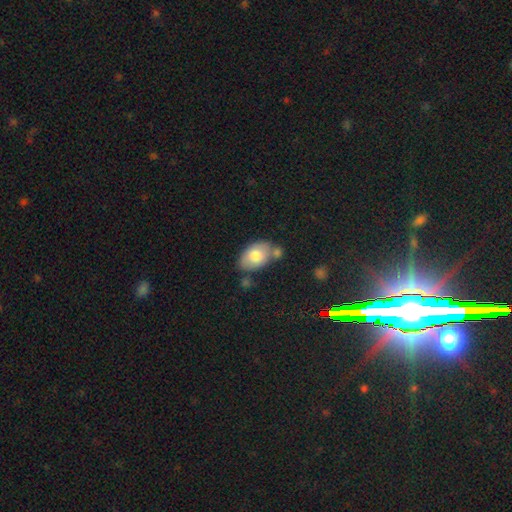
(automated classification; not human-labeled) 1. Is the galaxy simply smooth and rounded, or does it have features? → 75% smooth, 19% featured or disk, 7% star or artifact.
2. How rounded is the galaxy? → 89% in between, 10% round, 1% cigar-shaped.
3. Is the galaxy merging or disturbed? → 57% none, 19% merger, 18% minor disturbance, 5% major disturbance.